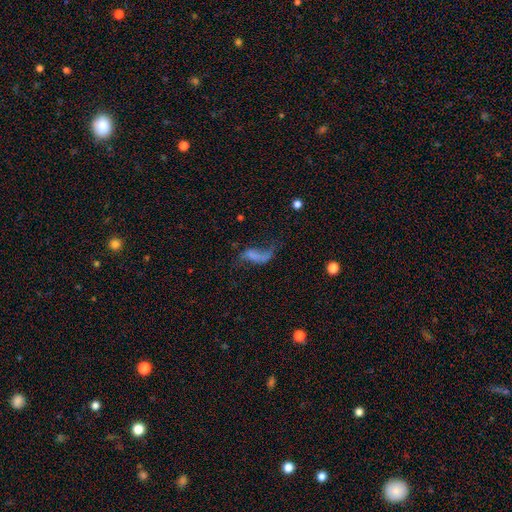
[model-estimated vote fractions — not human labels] Morphology: type=featured or disk (57%); edge-on=no (94%); bar=no (54%); spiral arms=yes (70%); bulge=none (73%); merging=major disturbance (38%).